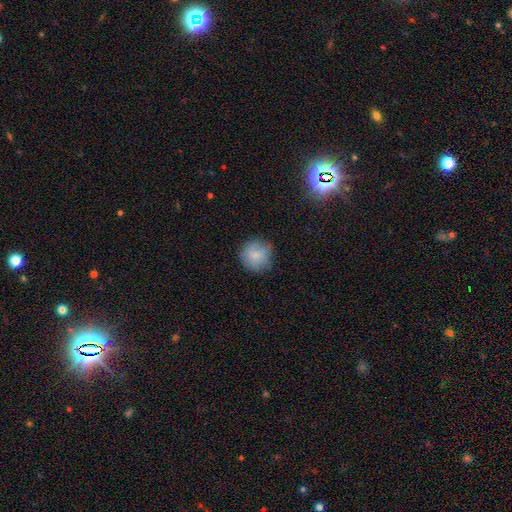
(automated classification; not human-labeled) Smooth or featured? smooth (79%)
How rounded? round (92%)
Merging? none (77%)